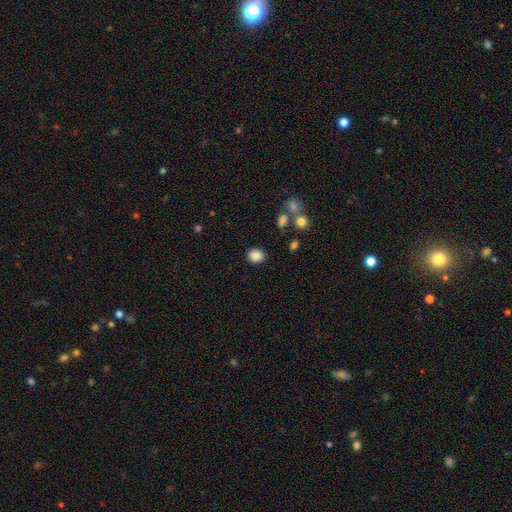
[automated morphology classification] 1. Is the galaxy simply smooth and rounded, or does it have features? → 86% smooth, 10% star or artifact, 4% featured or disk.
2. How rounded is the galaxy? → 72% round, 27% in between, 1% cigar-shaped.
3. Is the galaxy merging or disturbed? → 87% none, 8% minor disturbance, 3% major disturbance, 3% merger.